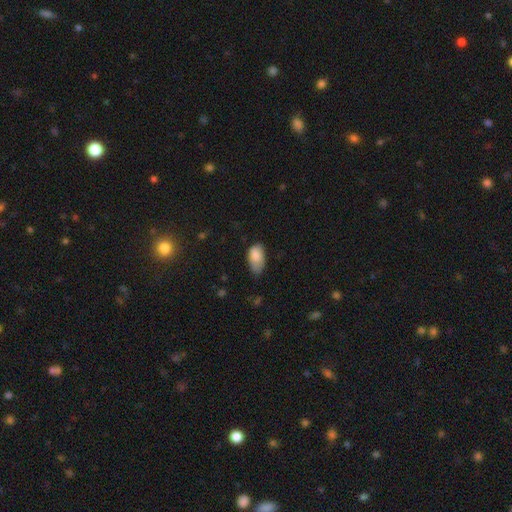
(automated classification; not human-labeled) Smooth or featured: smooth — 82% (featured or disk — 10%)
How rounded: in between — 93% (round — 5%)
Merging: minor disturbance — 45% (none — 39%)